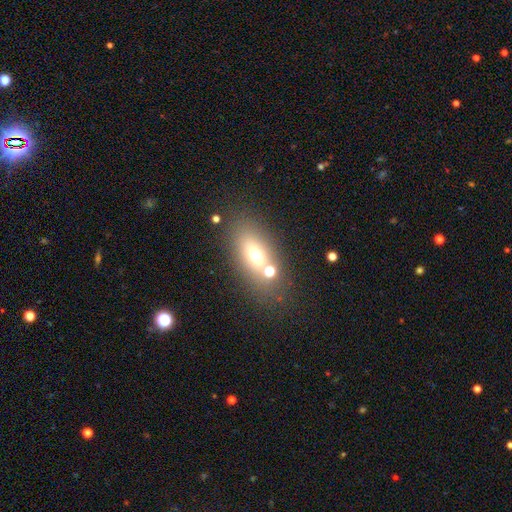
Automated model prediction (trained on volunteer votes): Smooth or featured? Predicted: smooth (p=0.62). How rounded? Predicted: in between (p=0.73). Merging? Predicted: none (p=0.62).